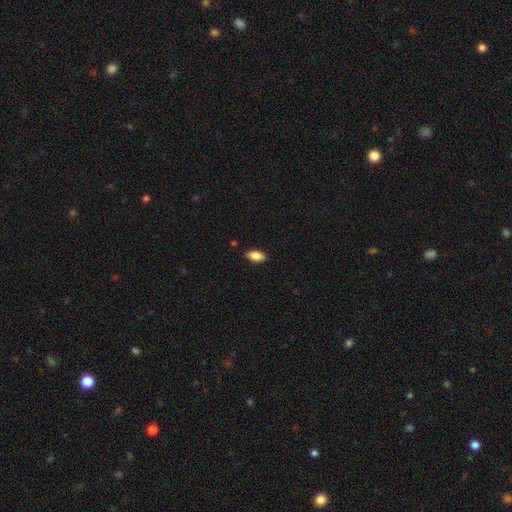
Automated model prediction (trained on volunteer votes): Morphology: type=smooth (86%); roundness=in between (92%); merging=none (87%).